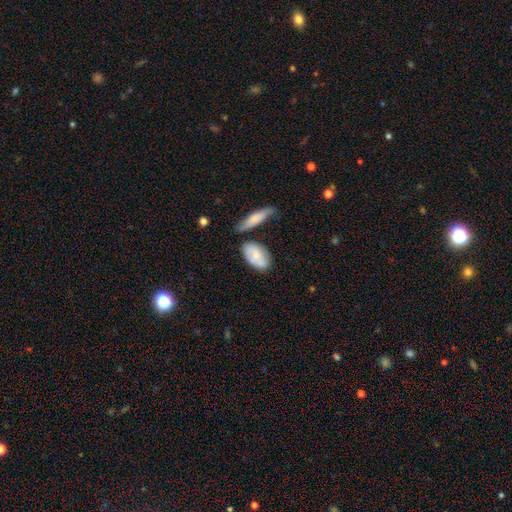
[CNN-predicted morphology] Q: Smooth or featured?
A: smooth (65%); runner-up: featured or disk (29%)
Q: How rounded?
A: in between (90%); runner-up: cigar-shaped (5%)
Q: Merging?
A: none (54%); runner-up: minor disturbance (22%)